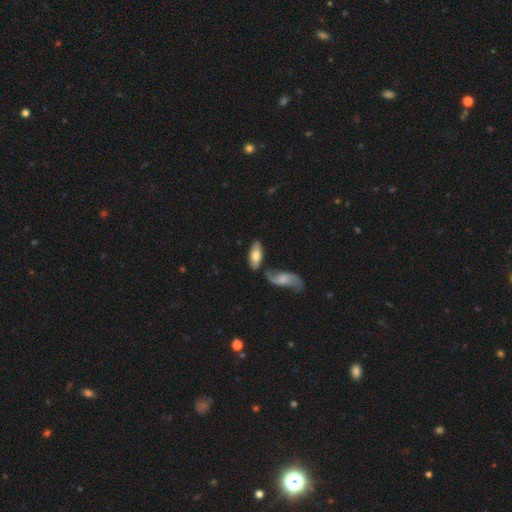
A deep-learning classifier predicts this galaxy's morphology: Smooth or featured: smooth — 65% (featured or disk — 29%)
How rounded: in between — 87% (cigar-shaped — 10%)
Merging: none — 62% (merger — 18%)